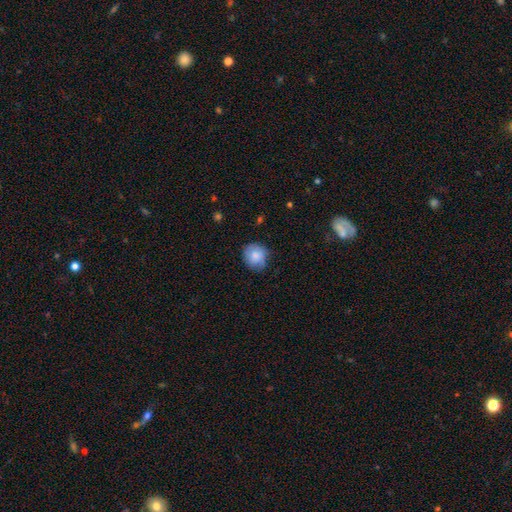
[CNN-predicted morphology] Overall: smooth (76%). How rounded: round (83%). Merging: none (72%).